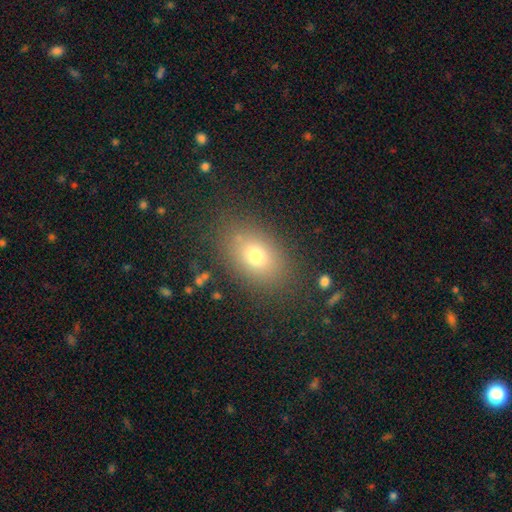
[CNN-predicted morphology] Smooth or featured? Predicted: smooth (p=0.73). How rounded? Predicted: in between (p=0.78). Merging? Predicted: none (p=0.82).